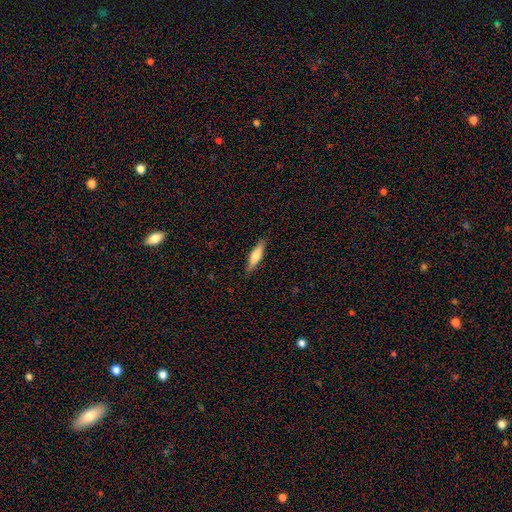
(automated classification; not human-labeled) This appears to be a smooth galaxy with no disk features (61%) that is cigar-shaped (72%). Merging: none (89%).